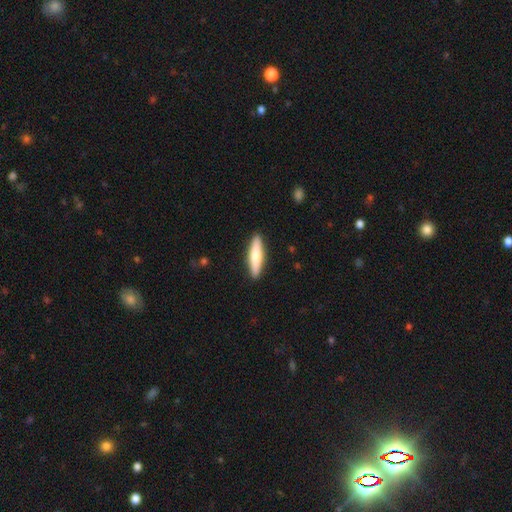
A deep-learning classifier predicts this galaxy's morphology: Smooth or featured? smooth (63%)
How rounded? cigar-shaped (77%)
Merging? none (90%)